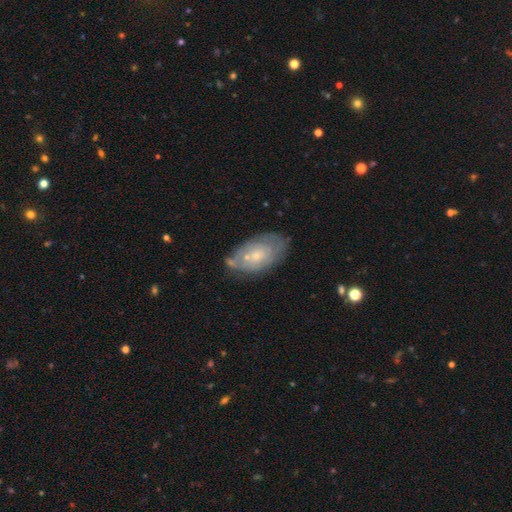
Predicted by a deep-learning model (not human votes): This is possibly a featured or disk galaxy (56%). It is clearly not viewed edge-on (92%). Bar: clearly no (80%). Spiral arm pattern: possibly yes (59%). Central bulge: likely small (62%). Merging: likely none (62%).